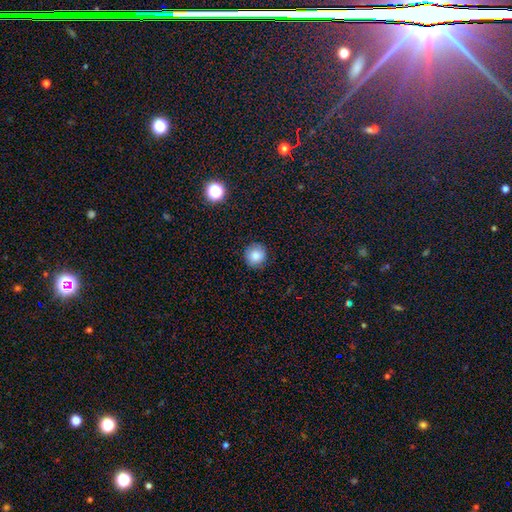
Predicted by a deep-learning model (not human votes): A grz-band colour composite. It shows a smooth galaxy with no disk features (83%) that is round (94%). Merging: none (89%).